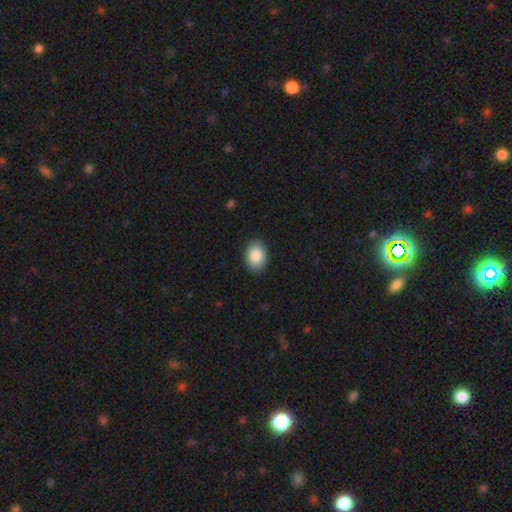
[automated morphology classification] Smooth or featured?
  - smooth: 87% *
  - star or artifact: 7%
  - featured or disk: 6%
How rounded?
  - in between: 81% *
  - round: 18%
  - cigar-shaped: 1%
Merging?
  - none: 88% *
  - minor disturbance: 9%
  - major disturbance: 2%
  - merger: 1%